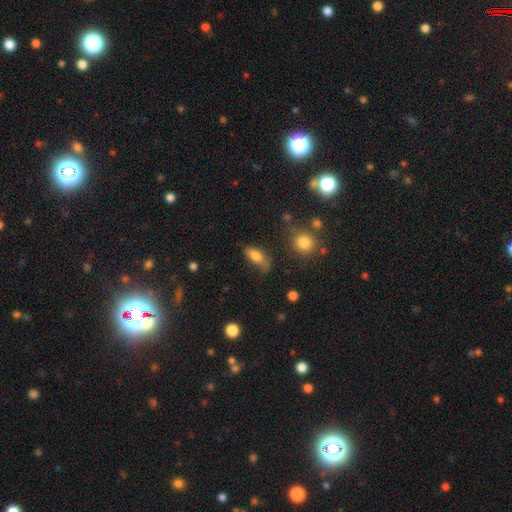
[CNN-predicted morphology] The model was most divided on "merging": none: 48%, minor disturbance: 31%, major disturbance: 16%, merger: 5%. More confident: how rounded — in between (79%); smooth or featured — smooth (75%).